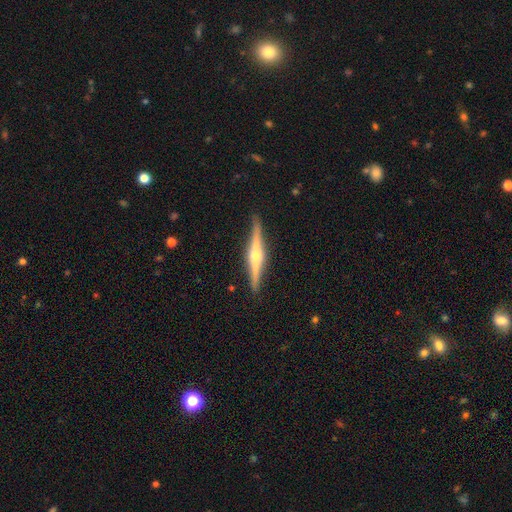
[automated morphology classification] The model was most divided on "smooth or featured": featured or disk: 80%, smooth: 15%, star or artifact: 5%. More confident: edge-on disk — yes (98%); edge-on bulge — rounded (91%); merging — none (90%).